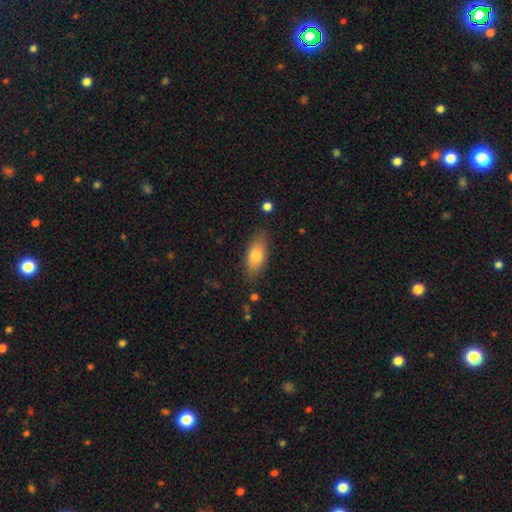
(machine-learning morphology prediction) Overall: smooth (79%). How rounded: in between (83%). Merging: none (83%).